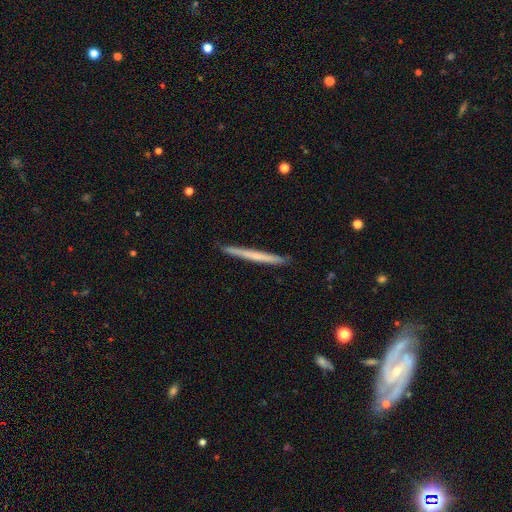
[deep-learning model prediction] Morphology: type=smooth (53%); roundness=cigar-shaped (97%); merging=none (91%).